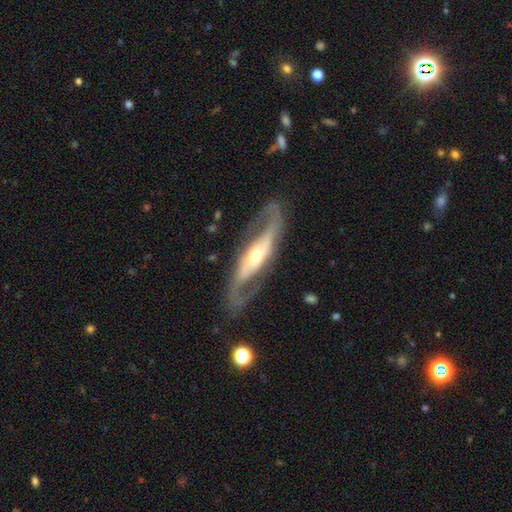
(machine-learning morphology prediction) Overall: featured or disk (87%). Edge-on disk: no (86%). Bar: strong (39%; no 37%). Spiral arms: yes (90%). Spiral arm count: 2 (91%). Spiral winding: medium (46%; loose 38%). Bulge size: moderate (56%; small 34%). Merging: none (80%).